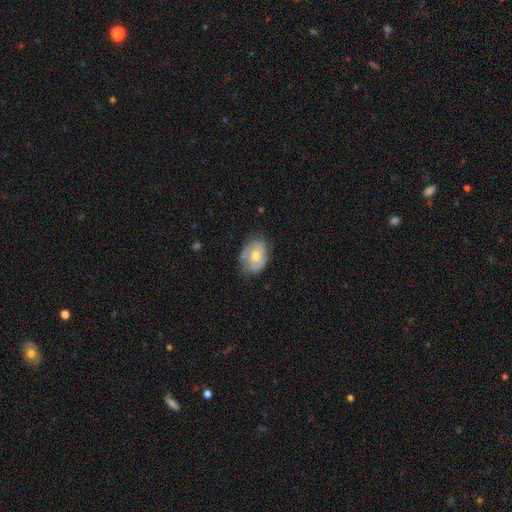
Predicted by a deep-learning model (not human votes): Overall: featured or disk (53%; smooth 39%). Edge-on disk: no (95%). Bar: no (71%). Spiral arms: yes (69%; no 31%). Bulge size: moderate (71%). Merging: none (66%; minor disturbance 26%).